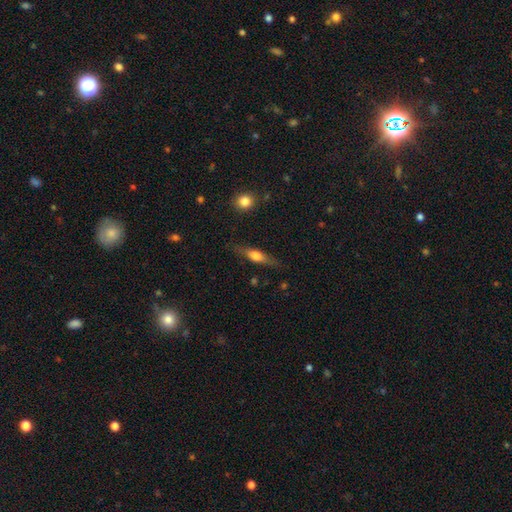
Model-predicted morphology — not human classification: smooth-or-featured: smooth: 47% | featured or disk: 46% | star or artifact: 6%
  merging: none: 80% | minor disturbance: 14% | major disturbance: 4% | merger: 2%